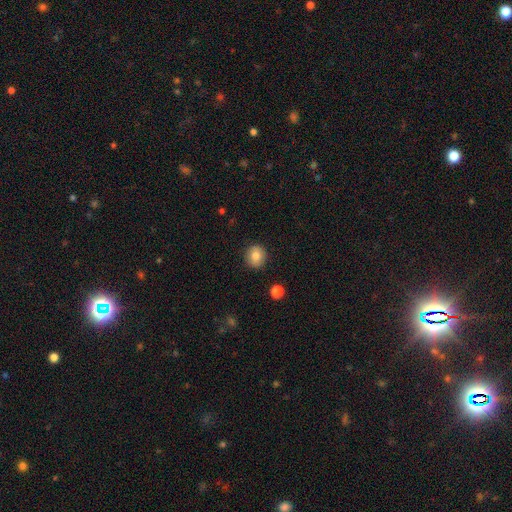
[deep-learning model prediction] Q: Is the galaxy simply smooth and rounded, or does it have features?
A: smooth — 81%.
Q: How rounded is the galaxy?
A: round — 89%.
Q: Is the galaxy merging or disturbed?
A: none — 90%.